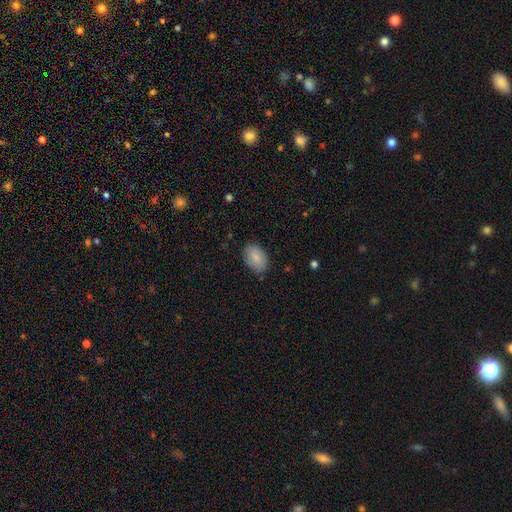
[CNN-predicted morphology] The model was most divided on "merging": none: 82%, minor disturbance: 14%, major disturbance: 3%, merger: 1%. More confident: how rounded — in between (89%); smooth or featured — smooth (85%).